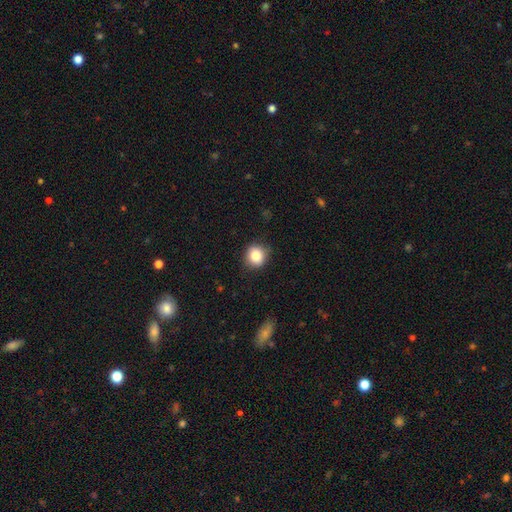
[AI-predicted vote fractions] smooth_or_featured: smooth (p=0.85) [alt: star or artifact p=0.09]
how_rounded: round (p=0.84) [alt: in between p=0.15]
merging: none (p=0.81) [alt: minor disturbance p=0.14]